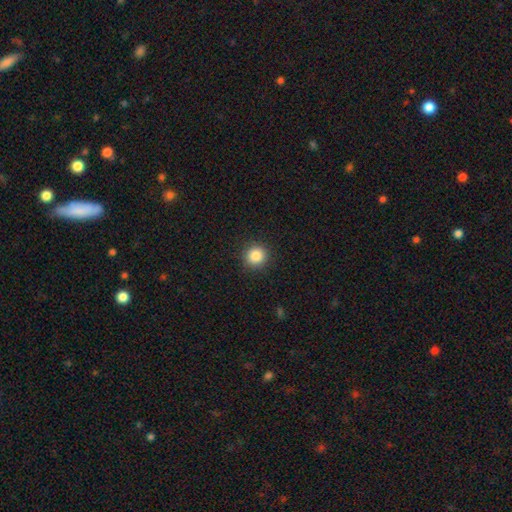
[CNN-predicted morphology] smooth_or_featured: smooth (p=0.85) [alt: star or artifact p=0.11]
how_rounded: round (p=0.93) [alt: in between p=0.06]
merging: none (p=0.91) [alt: minor disturbance p=0.06]